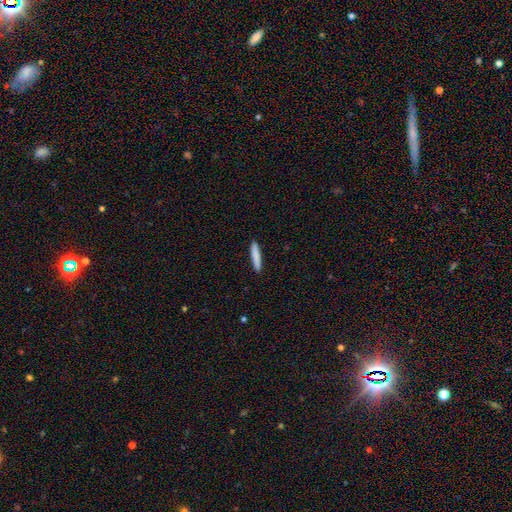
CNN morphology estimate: Smooth or featured? Predicted: smooth (p=0.84). How rounded? Predicted: cigar-shaped (p=0.92). Merging? Predicted: none (p=0.91).